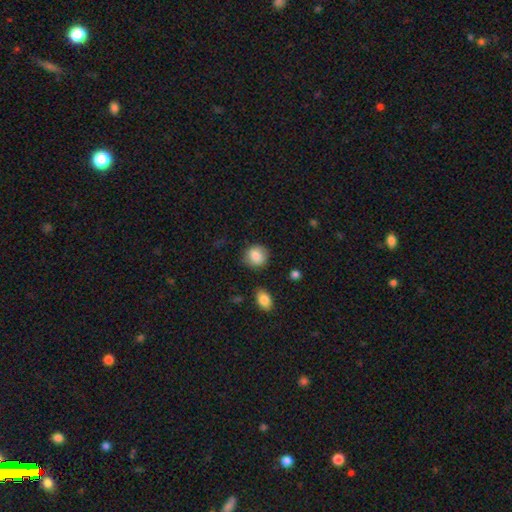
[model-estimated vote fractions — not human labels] smooth 84%, star or artifact 8%, featured or disk 8%. Down the decision tree: how rounded — round (80%); merging — none (79%).